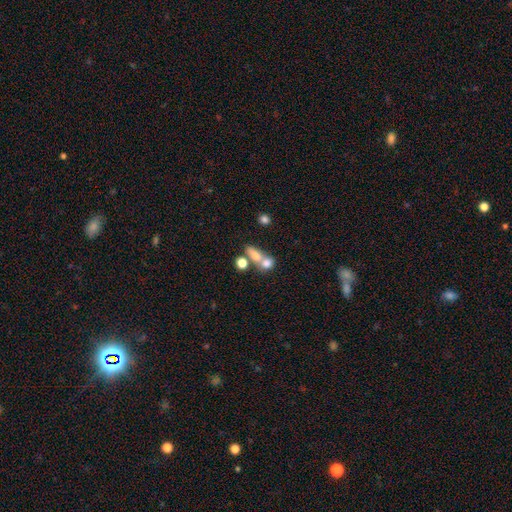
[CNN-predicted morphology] Smooth or featured: smooth — 68% (featured or disk — 19%)
How rounded: in between — 53% (round — 38%)
Merging: merger — 53% (none — 32%)